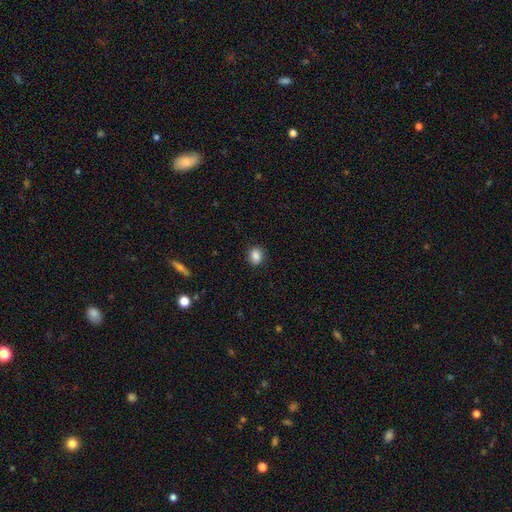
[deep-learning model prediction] Smooth or featured? smooth (86%)
How rounded? round (58%)
Merging? none (89%)